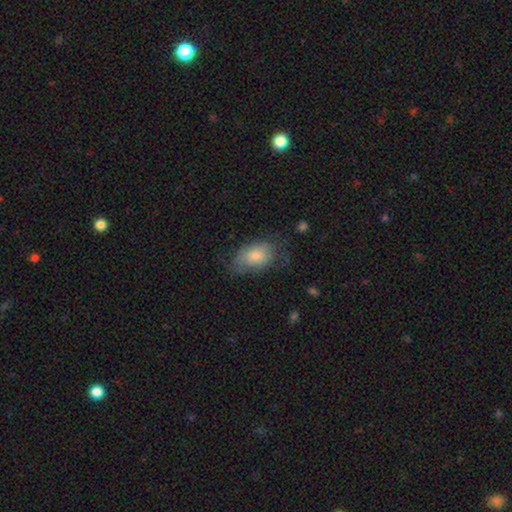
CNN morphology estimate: smooth 74%, featured or disk 18%, star or artifact 7%. Down the decision tree: how rounded — in between (89%); merging — none (56%).